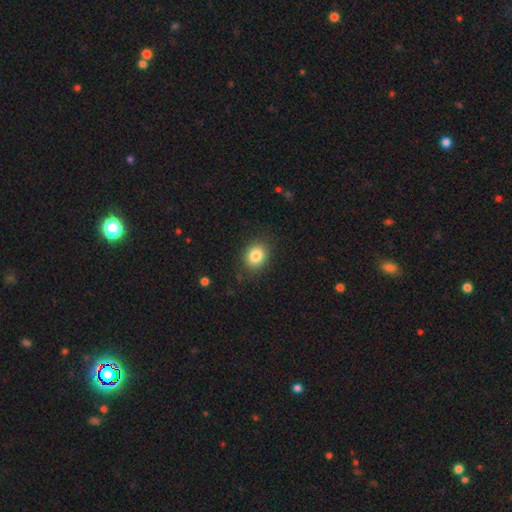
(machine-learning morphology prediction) smooth 83%, star or artifact 10%, featured or disk 7%. Down the decision tree: how rounded — round (57%); merging — none (86%).